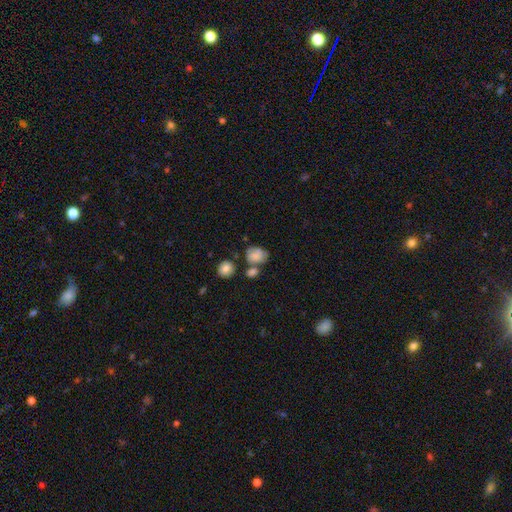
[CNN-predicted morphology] A smooth galaxy with no disk features (71%) that is in between round and cigar-shaped (57%).

Vote fractions:
- Smooth or featured? smooth: 71% / featured or disk: 19% / star or artifact: 10%
- How rounded? in between: 57% / round: 42% / cigar-shaped: 1%
- Merging? none: 40% / merger: 26% / minor disturbance: 22% / major disturbance: 11%